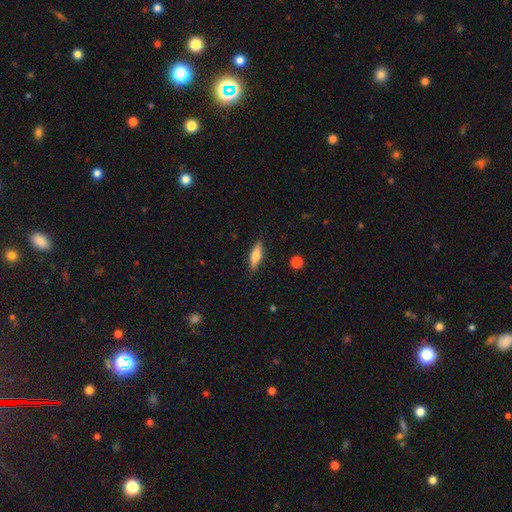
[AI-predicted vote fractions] The model was most divided on "how rounded": cigar-shaped: 53%, in between: 45%, round: 3%. More confident: merging — none (86%); smooth or featured — smooth (63%).